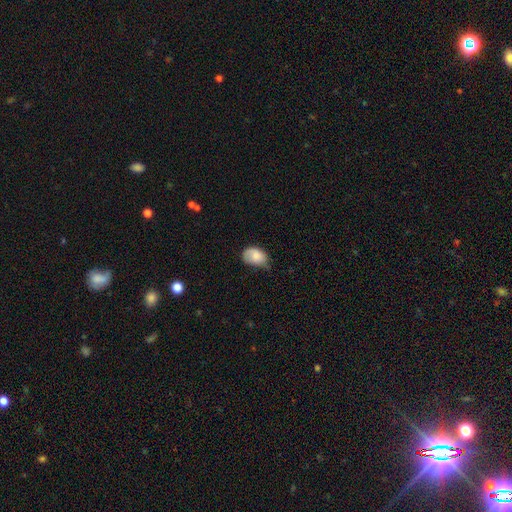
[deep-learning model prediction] This is likely a smooth galaxy (75%). How rounded: clearly in between (83%). Merging: marginally none (45%).